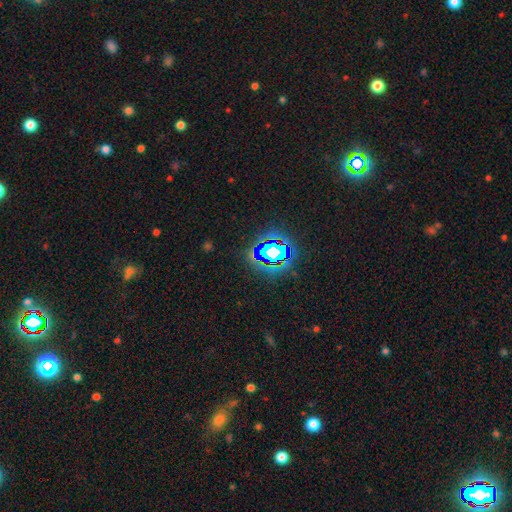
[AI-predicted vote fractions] A star or artifact, not a galaxy (71%).

Vote fractions:
- Smooth or featured? star or artifact: 71% / smooth: 17% / featured or disk: 12%